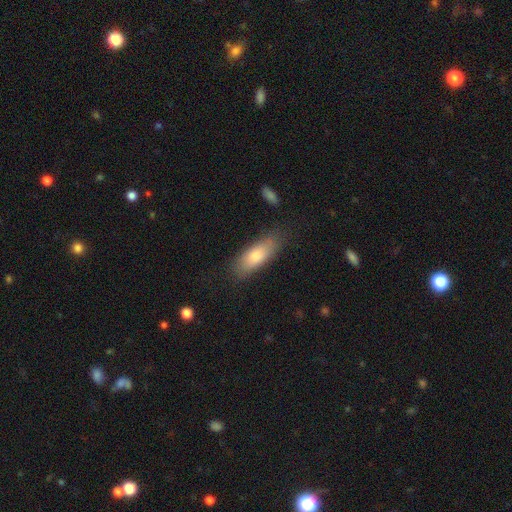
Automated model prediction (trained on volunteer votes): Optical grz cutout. It shows a smooth galaxy with no disk features (77%) that is in between round and cigar-shaped (63%). Merging: none (76%).